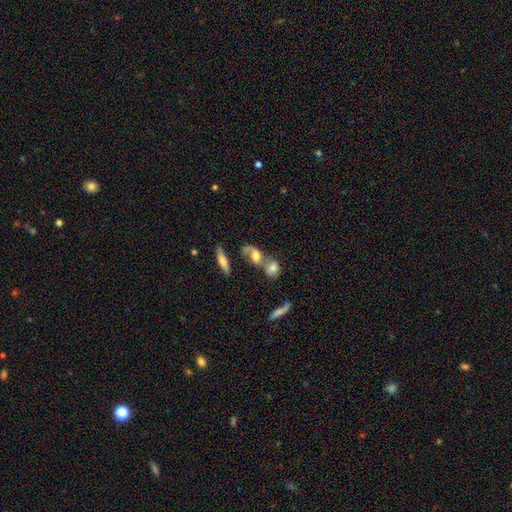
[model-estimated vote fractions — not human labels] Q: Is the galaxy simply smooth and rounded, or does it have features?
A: smooth — 48%.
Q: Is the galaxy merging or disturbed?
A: merger — 53%.